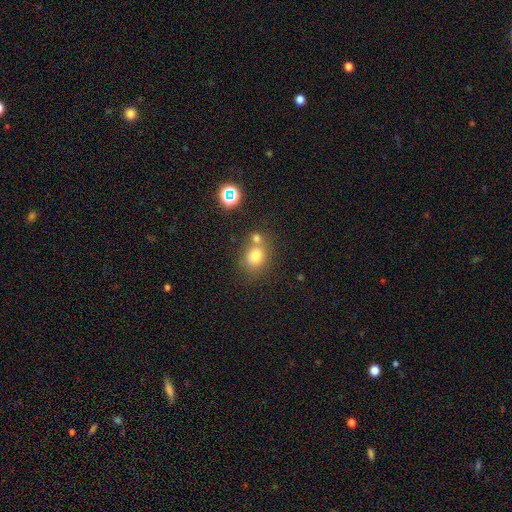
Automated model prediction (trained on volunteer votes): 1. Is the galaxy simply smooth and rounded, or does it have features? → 76% smooth, 14% star or artifact, 11% featured or disk.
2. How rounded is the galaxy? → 67% round, 32% in between, 1% cigar-shaped.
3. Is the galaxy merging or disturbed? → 51% none, 33% merger, 12% minor disturbance, 5% major disturbance.